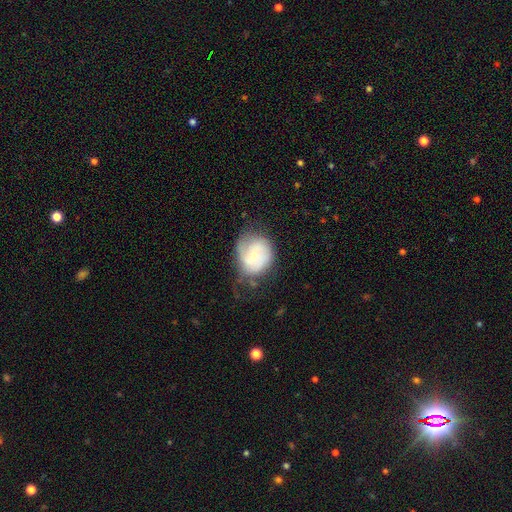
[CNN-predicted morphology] This is possibly a featured or disk galaxy (58%). It is clearly not viewed edge-on (97%). Bar: likely no (71%). Spiral arm pattern: likely yes (79%). Central bulge: possibly small (48%). Merging: possibly none (52%).